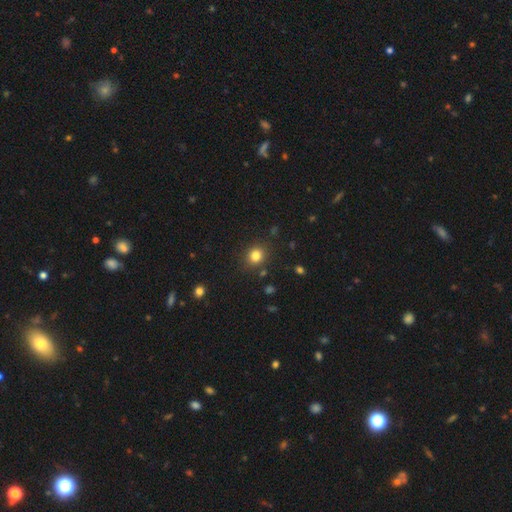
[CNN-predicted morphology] A smooth galaxy with no disk features (82%) that is round (80%).

Vote fractions:
- Smooth or featured? smooth: 82% / star or artifact: 13% / featured or disk: 5%
- How rounded? round: 80% / in between: 19% / cigar-shaped: 1%
- Merging? none: 87% / minor disturbance: 8% / major disturbance: 3% / merger: 2%